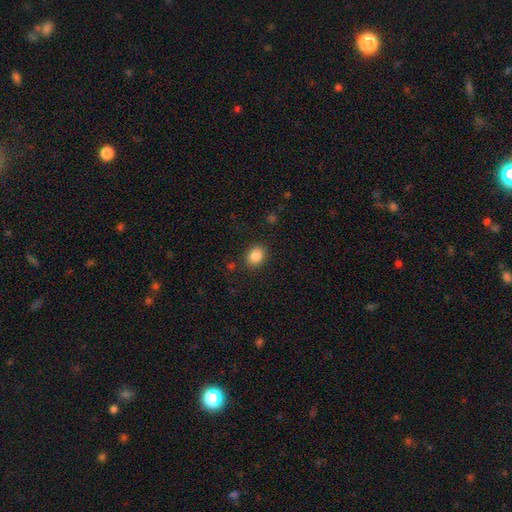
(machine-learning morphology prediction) Smooth or featured? Predicted: smooth (p=0.86). How rounded? Predicted: in between (p=0.54). Merging? Predicted: none (p=0.86).